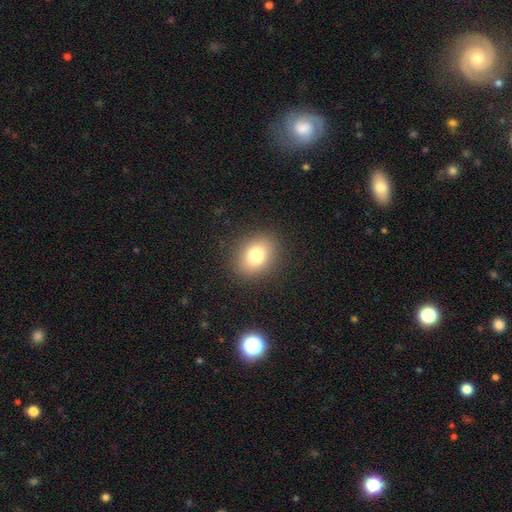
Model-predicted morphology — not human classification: smooth 78%, star or artifact 12%, featured or disk 10%. Down the decision tree: how rounded — in between (51%); merging — none (88%).